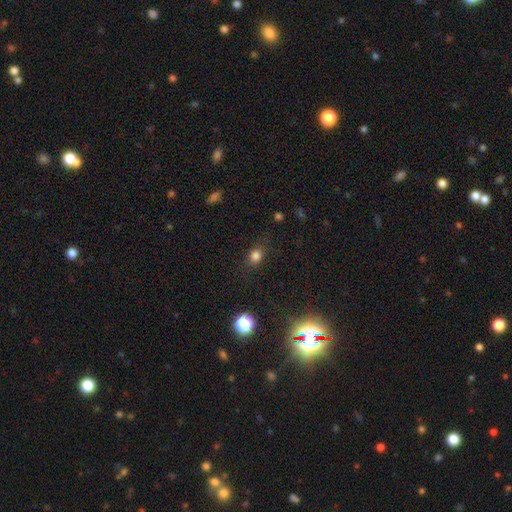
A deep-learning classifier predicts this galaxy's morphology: A smooth galaxy with no disk features (79%) that is round (51%). Merging: none (79%).